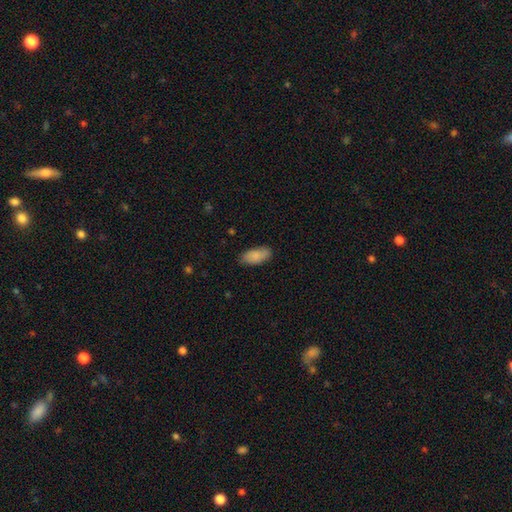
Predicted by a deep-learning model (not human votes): smooth 87%, featured or disk 7%, star or artifact 6%. Down the decision tree: how rounded — in between (89%); merging — none (81%).